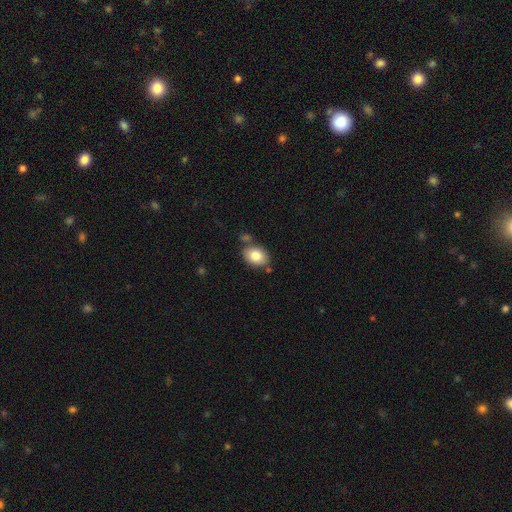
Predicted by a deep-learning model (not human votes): This appears to be a smooth galaxy with no disk features (81%) that is in between round and cigar-shaped (73%). Merging: none (72%).